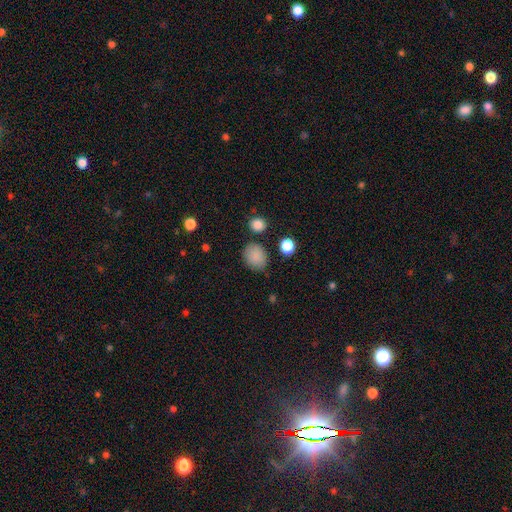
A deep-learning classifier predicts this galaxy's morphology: This appears to be a smooth galaxy with no disk features (86%) that is round (55%). Merging: none (76%).